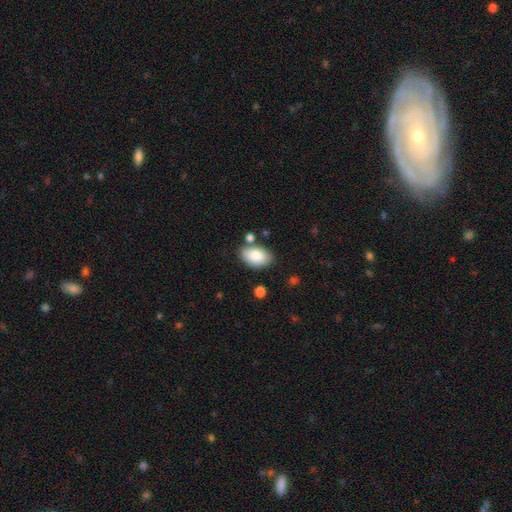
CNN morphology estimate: This appears to be a smooth galaxy with no disk features (84%) that is in between round and cigar-shaped (93%). Merging: none (75%).